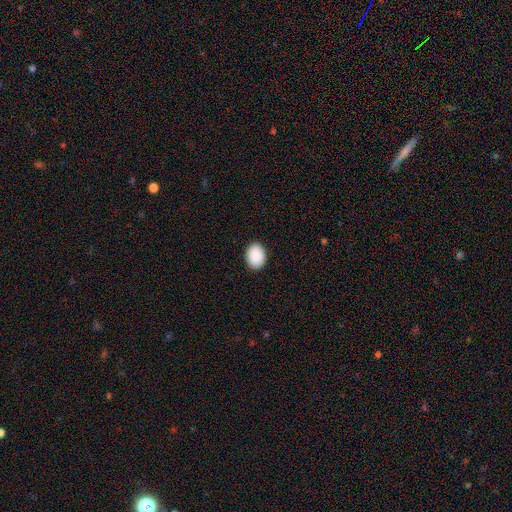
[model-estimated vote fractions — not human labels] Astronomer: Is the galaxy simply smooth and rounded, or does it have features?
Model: smooth — 91%.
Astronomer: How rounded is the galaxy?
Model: in between — 71%.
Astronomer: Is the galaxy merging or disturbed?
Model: none — 90%.